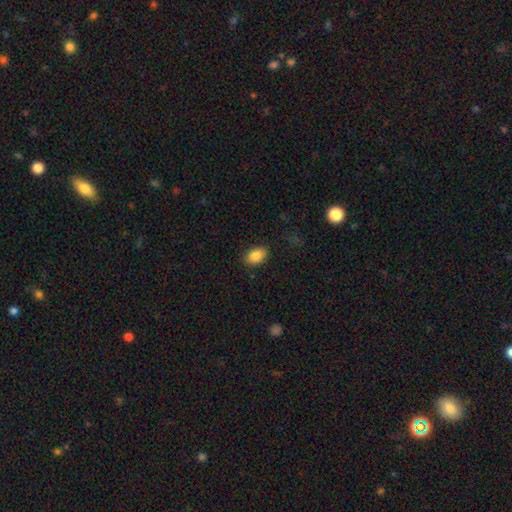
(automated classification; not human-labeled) A smooth galaxy with no disk features (87%) that is in between round and cigar-shaped (83%).

Vote fractions:
- Smooth or featured? smooth: 87% / star or artifact: 8% / featured or disk: 5%
- How rounded? in between: 83% / round: 16% / cigar-shaped: 1%
- Merging? none: 86% / minor disturbance: 10% / major disturbance: 3% / merger: 1%